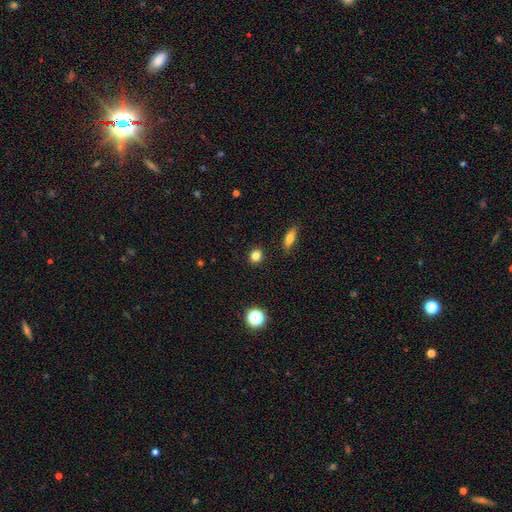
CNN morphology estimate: Smooth or featured: smooth — 83% (star or artifact — 12%)
How rounded: round — 82% (in between — 17%)
Merging: none — 90% (minor disturbance — 6%)